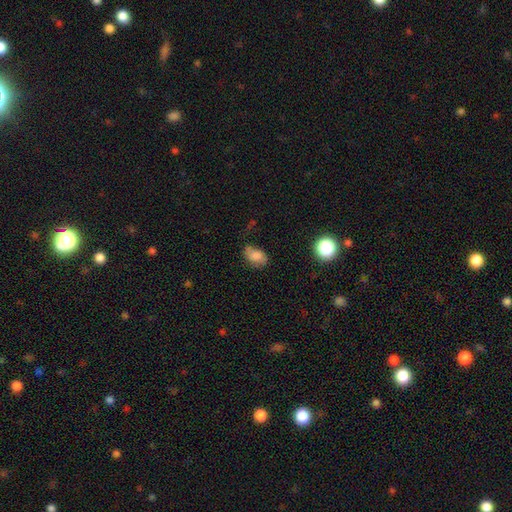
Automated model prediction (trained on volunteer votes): Smooth or featured? smooth (70%)
How rounded? in between (84%)
Merging? none (59%)